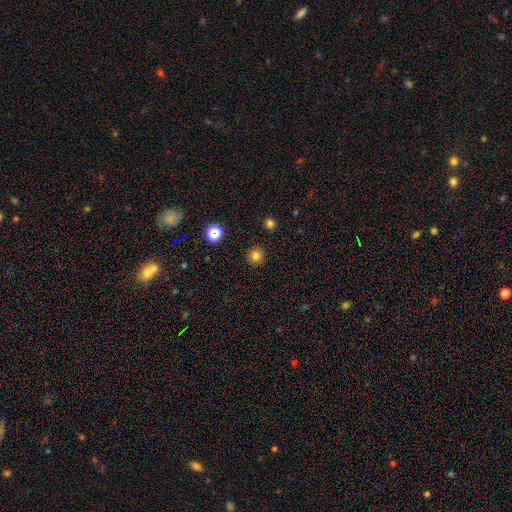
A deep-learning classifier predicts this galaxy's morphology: smooth-or-featured: smooth: 81% | star or artifact: 14% | featured or disk: 5%
  how-rounded: round: 93% | in between: 6% | cigar-shaped: 1%
  merging: none: 91% | minor disturbance: 6% | major disturbance: 2% | merger: 1%